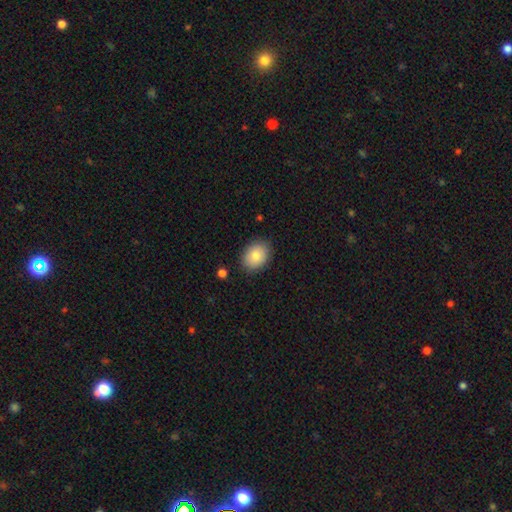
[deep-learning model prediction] Q: Smooth or featured?
A: smooth (82%); runner-up: featured or disk (10%)
Q: How rounded?
A: in between (69%); runner-up: round (30%)
Q: Merging?
A: none (87%); runner-up: minor disturbance (9%)